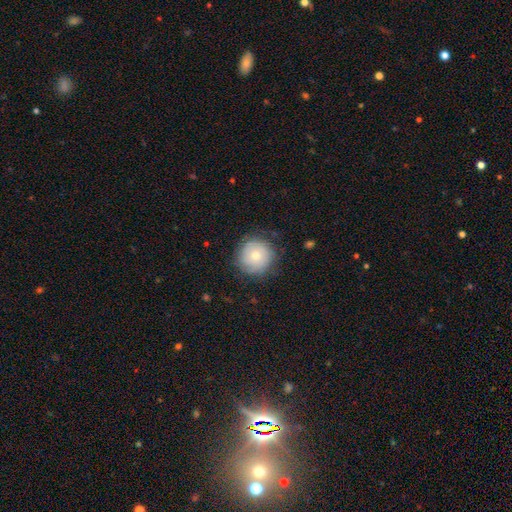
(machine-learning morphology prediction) The model was most divided on "smooth or featured": smooth: 62%, featured or disk: 29%, star or artifact: 8%. More confident: how rounded — round (94%); merging — none (80%).